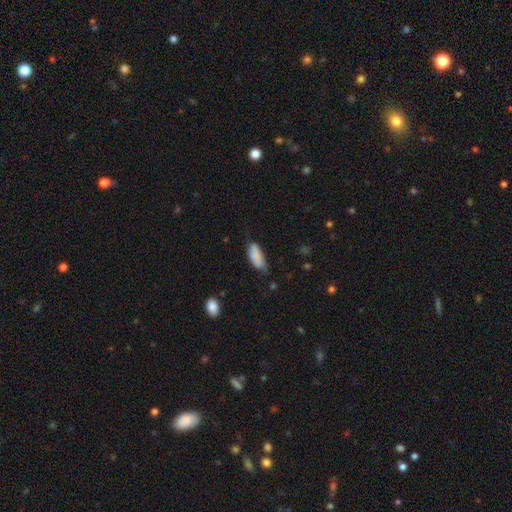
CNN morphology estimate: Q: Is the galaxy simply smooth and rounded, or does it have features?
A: smooth — 85%.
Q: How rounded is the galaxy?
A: in between — 81%.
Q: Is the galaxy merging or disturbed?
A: none — 57%.